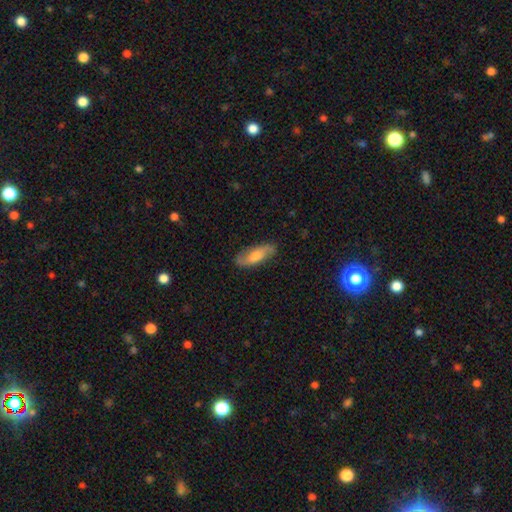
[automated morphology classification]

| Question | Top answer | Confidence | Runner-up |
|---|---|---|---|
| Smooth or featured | featured or disk | 51% | smooth (42%) |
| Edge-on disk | no | 80% | yes (20%) |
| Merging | none | 82% | minor disturbance (13%) |